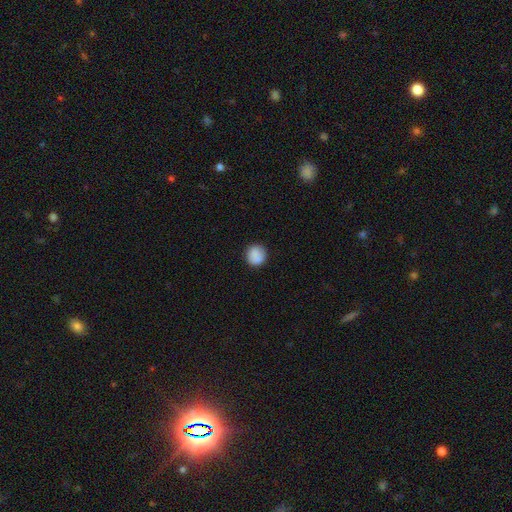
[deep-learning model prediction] Overall: smooth (86%). How rounded: round (92%). Merging: none (88%).